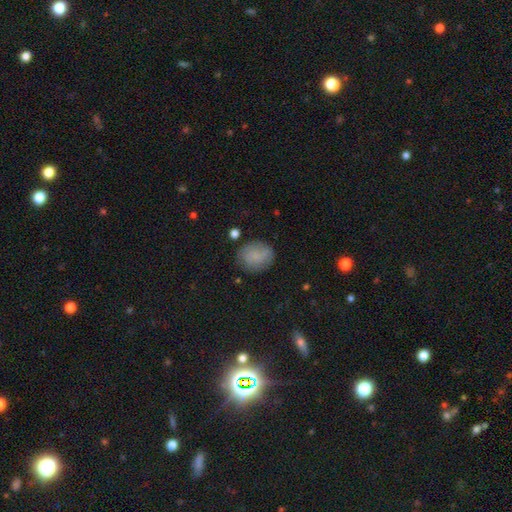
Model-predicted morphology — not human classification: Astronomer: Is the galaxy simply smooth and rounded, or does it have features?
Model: smooth — 77%.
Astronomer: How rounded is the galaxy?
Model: round — 67%.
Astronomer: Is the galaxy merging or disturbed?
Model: none — 75%.